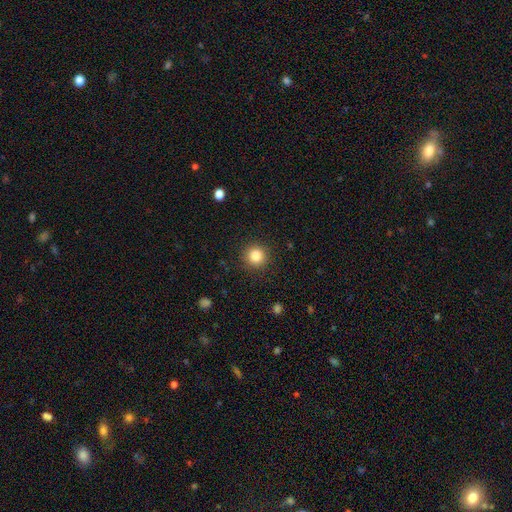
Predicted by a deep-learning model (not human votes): smooth_or_featured: smooth (p=0.84) [alt: star or artifact p=0.11]
how_rounded: round (p=0.95) [alt: in between p=0.04]
merging: none (p=0.91) [alt: minor disturbance p=0.06]